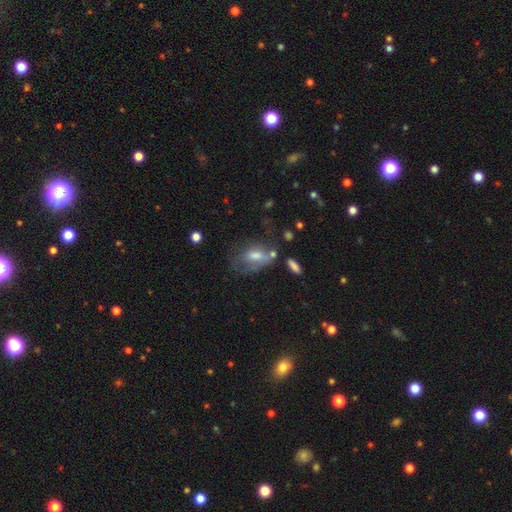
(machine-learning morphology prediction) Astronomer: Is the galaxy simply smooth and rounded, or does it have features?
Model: smooth — 54% (runner-up: featured or disk, 34%).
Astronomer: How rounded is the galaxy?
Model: in between — 83%.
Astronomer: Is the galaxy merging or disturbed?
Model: none — 36% (runner-up: major disturbance, 26%).